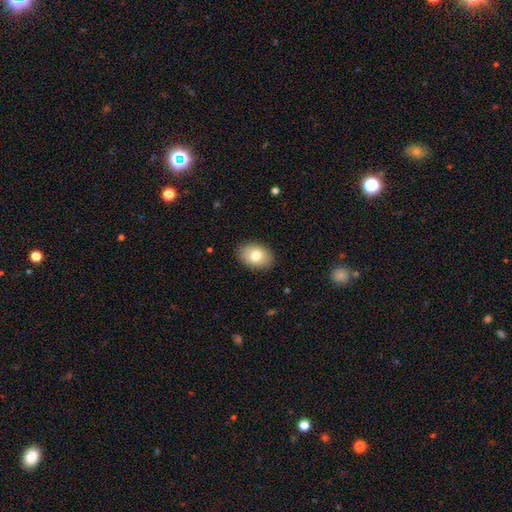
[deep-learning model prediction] The model was most divided on "how rounded": in between: 81%, round: 18%, cigar-shaped: 1%. More confident: merging — none (88%); smooth or featured — smooth (78%).